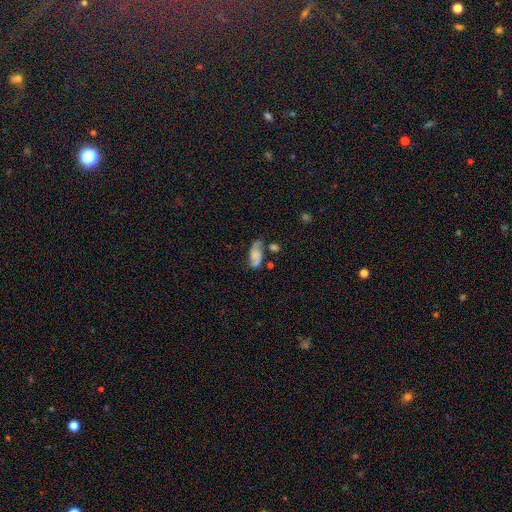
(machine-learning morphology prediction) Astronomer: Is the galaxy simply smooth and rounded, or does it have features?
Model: featured or disk — 63%.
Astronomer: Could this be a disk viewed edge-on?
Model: no — 95%.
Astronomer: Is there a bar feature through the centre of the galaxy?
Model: no — 64%.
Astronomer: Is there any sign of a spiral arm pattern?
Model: yes — 90%.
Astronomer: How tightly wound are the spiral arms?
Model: loose — 56% (runner-up: medium, 33%).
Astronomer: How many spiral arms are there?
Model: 2 — 89%.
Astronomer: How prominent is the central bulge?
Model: none — 49% (runner-up: small, 25%).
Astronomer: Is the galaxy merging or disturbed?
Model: none — 51%.